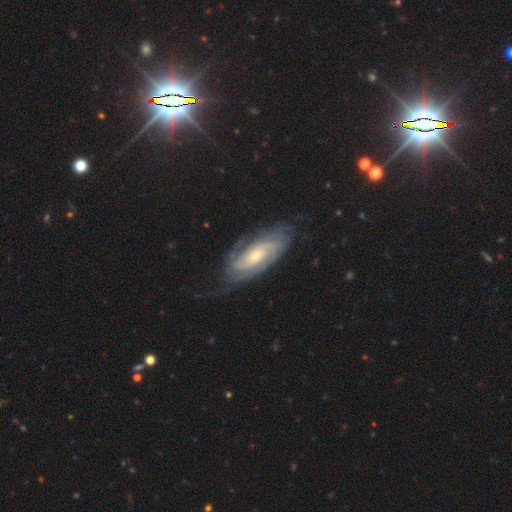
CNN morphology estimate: A featured or disk galaxy (85%) with no bar (60%), 2 (45%) tight (62%) spiral arms (96%) and a small central bulge (56%). Merging: none (69%).